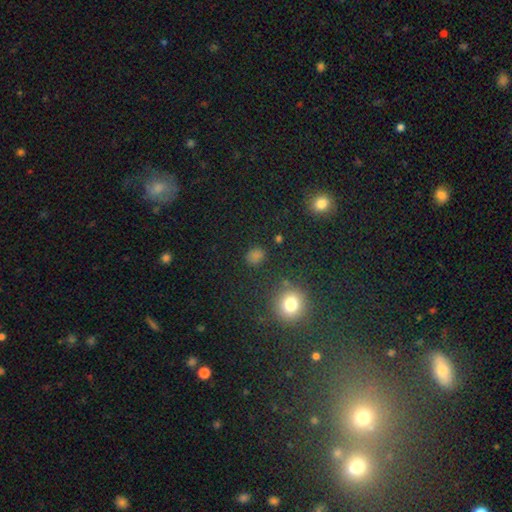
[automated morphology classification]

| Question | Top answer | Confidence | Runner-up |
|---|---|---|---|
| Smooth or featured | smooth | 66% | star or artifact (27%) |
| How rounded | round | 72% | in between (26%) |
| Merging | none | 82% | minor disturbance (10%) |